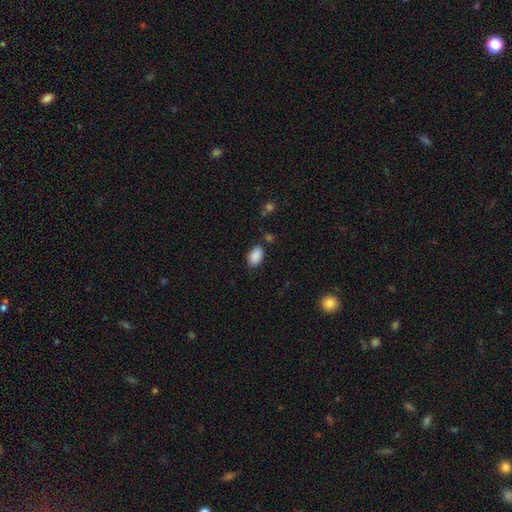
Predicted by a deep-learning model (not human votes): Morphology: type=smooth (89%); roundness=in between (91%); merging=none (79%).